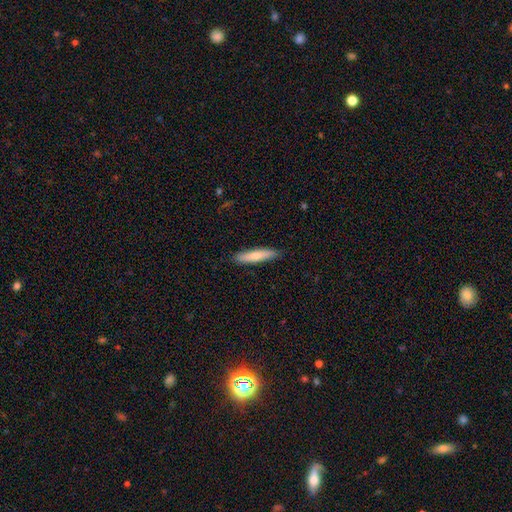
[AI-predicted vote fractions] smooth-or-featured: smooth: 75% | featured or disk: 19% | star or artifact: 6%
  how-rounded: cigar-shaped: 87% | in between: 12% | round: 1%
  merging: none: 88% | minor disturbance: 9% | major disturbance: 2% | merger: 1%